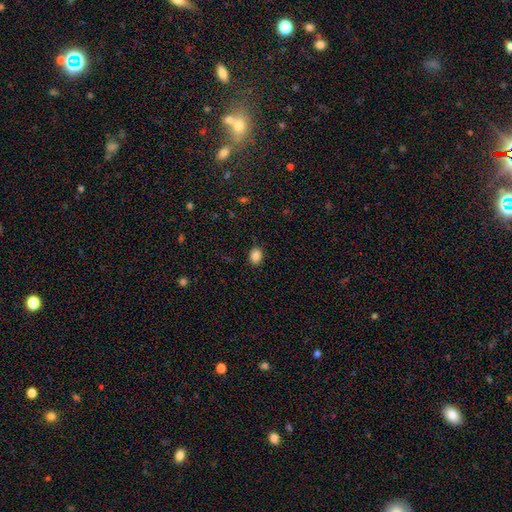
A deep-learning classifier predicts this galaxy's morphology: Overall: smooth (85%). How rounded: in between (58%; round 41%). Merging: none (87%).